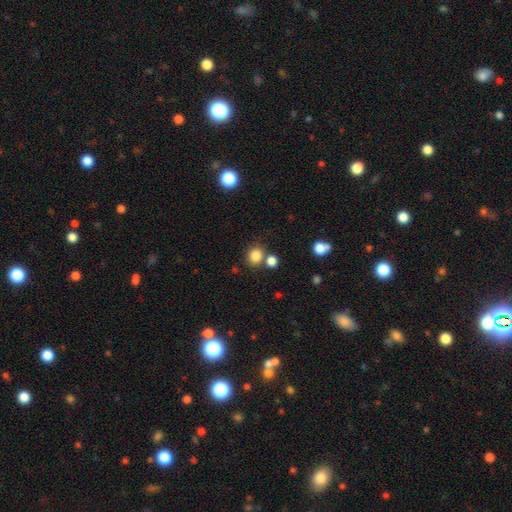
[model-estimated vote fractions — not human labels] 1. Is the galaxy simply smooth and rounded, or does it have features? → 83% smooth, 12% star or artifact, 5% featured or disk.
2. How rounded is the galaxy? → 73% round, 26% in between, 1% cigar-shaped.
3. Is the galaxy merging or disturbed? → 68% none, 18% merger, 10% minor disturbance, 4% major disturbance.